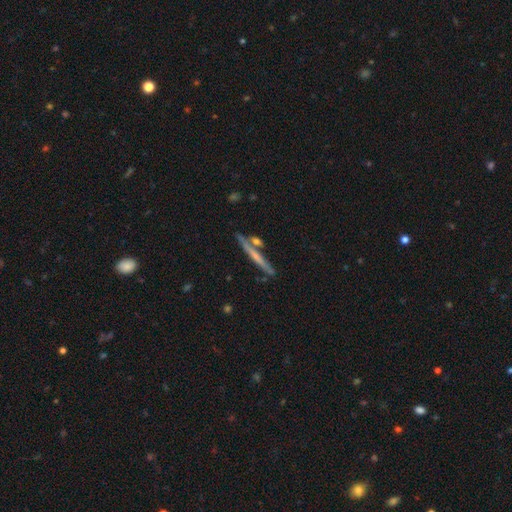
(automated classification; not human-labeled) Overall: featured or disk (55%; smooth 38%). Edge-on disk: yes (95%). Edge-on bulge: none (62%; rounded 31%). Merging: none (78%).